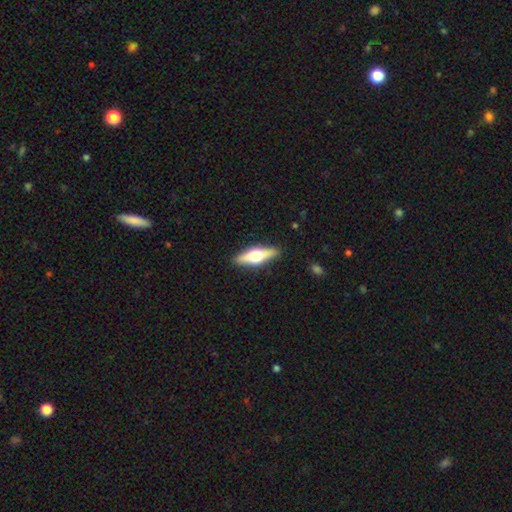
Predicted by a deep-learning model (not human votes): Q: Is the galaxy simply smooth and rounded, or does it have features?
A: featured or disk — 58%.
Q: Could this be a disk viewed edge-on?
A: yes — 94%.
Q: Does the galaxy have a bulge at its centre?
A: rounded — 95%.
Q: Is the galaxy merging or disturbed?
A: none — 89%.